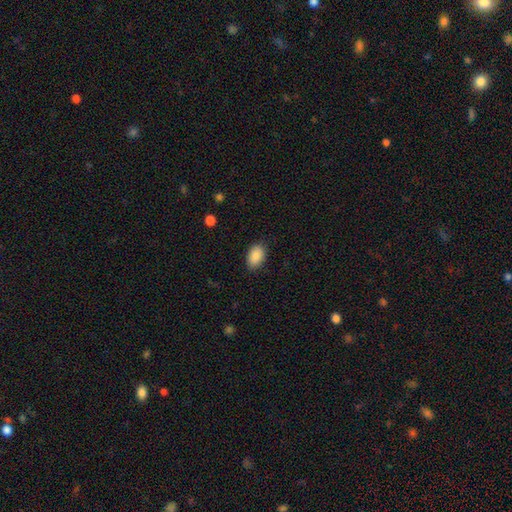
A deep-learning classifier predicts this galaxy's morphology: type=smooth (89%); roundness=in between (91%); merging=none (85%).